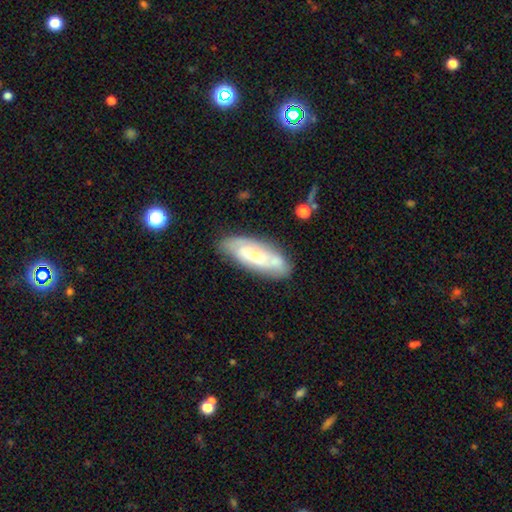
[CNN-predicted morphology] This is possibly a featured or disk galaxy (52%). It is clearly not viewed edge-on (81%). Merging: likely none (68%).